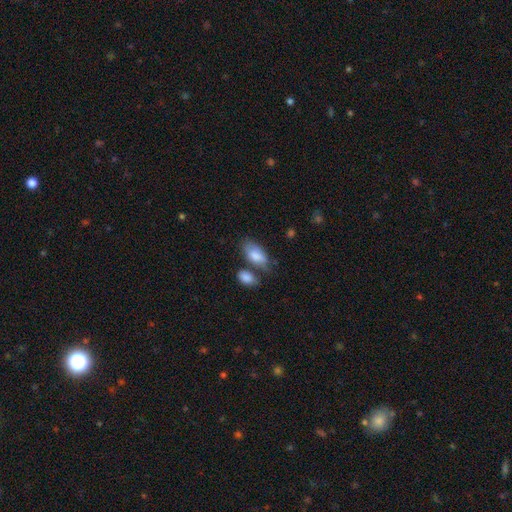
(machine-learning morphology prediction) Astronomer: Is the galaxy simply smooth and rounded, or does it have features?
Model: smooth — 81%.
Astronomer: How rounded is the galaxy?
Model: in between — 92%.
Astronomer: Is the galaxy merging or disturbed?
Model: none — 49%.